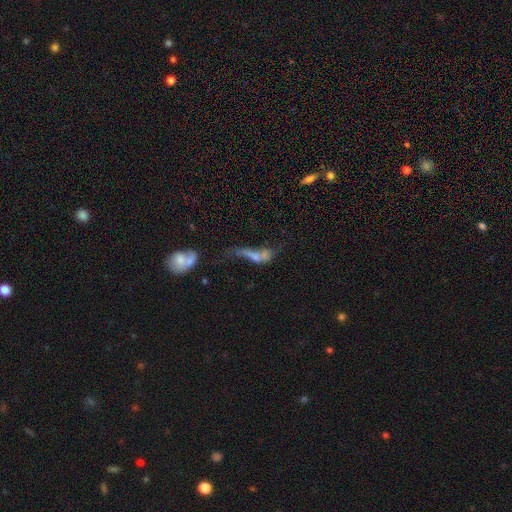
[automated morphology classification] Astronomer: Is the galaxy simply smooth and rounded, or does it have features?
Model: featured or disk — 44% (runner-up: smooth, 43%).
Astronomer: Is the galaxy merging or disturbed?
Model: merger — 41% (runner-up: major disturbance, 31%).